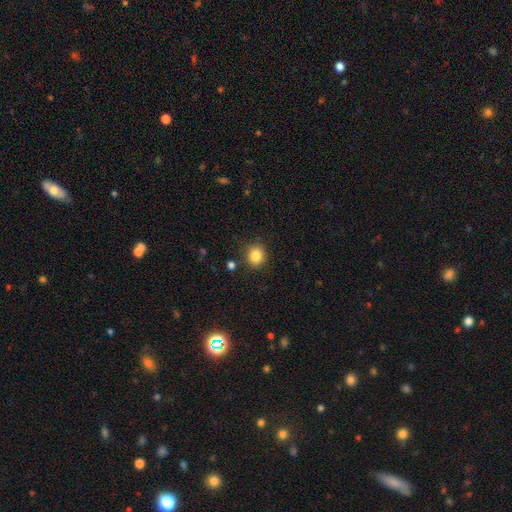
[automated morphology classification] Overall: smooth (84%). How rounded: round (81%). Merging: none (87%).